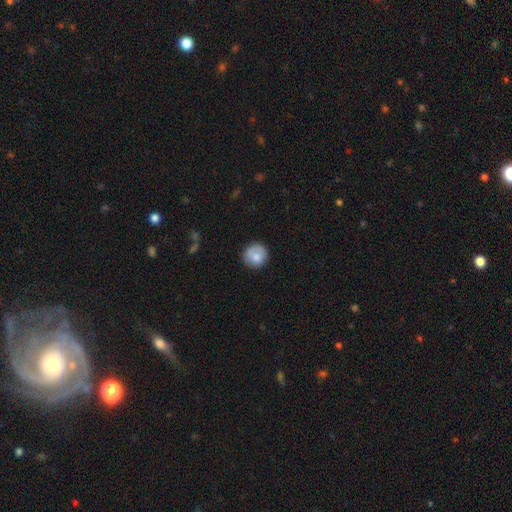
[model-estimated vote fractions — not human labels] This appears to be a smooth galaxy with no disk features (80%) that is round (90%). Merging: none (78%).